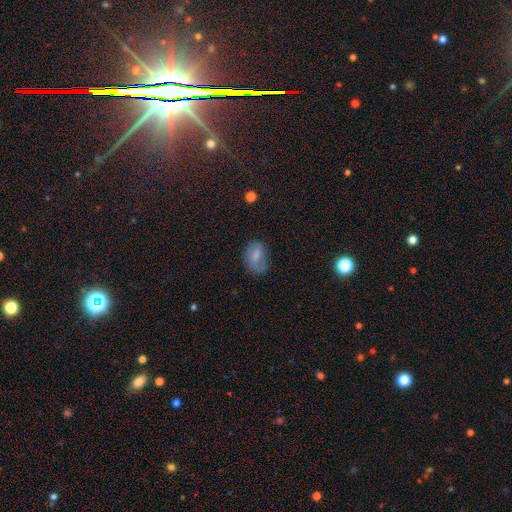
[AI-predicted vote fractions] smooth 59%, featured or disk 30%, star or artifact 11%. Down the decision tree: how rounded — in between (81%); merging — none (50%).